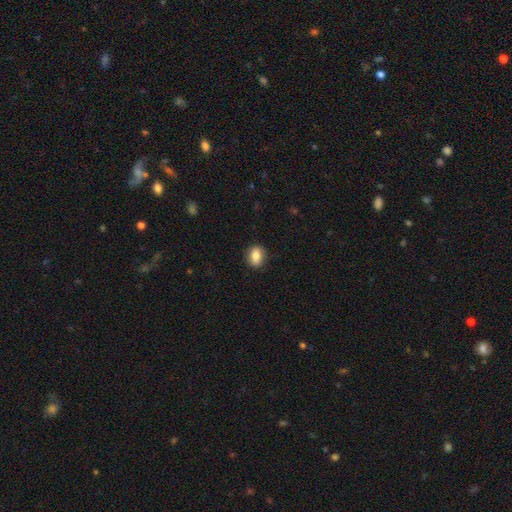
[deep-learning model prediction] Smooth or featured?
  - smooth: 83% *
  - featured or disk: 9%
  - star or artifact: 8%
How rounded?
  - in between: 72% *
  - round: 25%
  - cigar-shaped: 3%
Merging?
  - none: 86% *
  - minor disturbance: 11%
  - major disturbance: 3%
  - merger: 1%